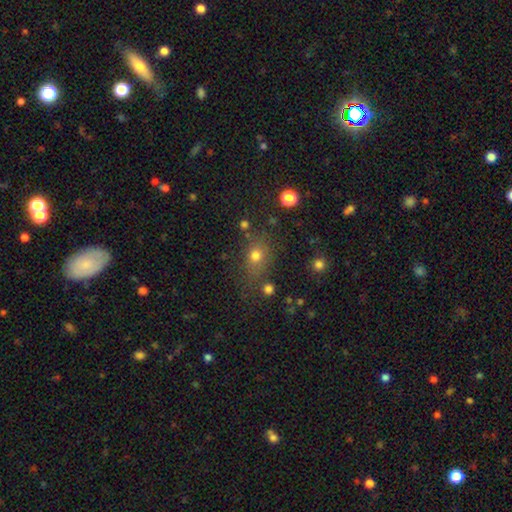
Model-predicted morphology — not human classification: smooth 72%, star or artifact 18%, featured or disk 9%. Down the decision tree: how rounded — round (59%); merging — none (70%).